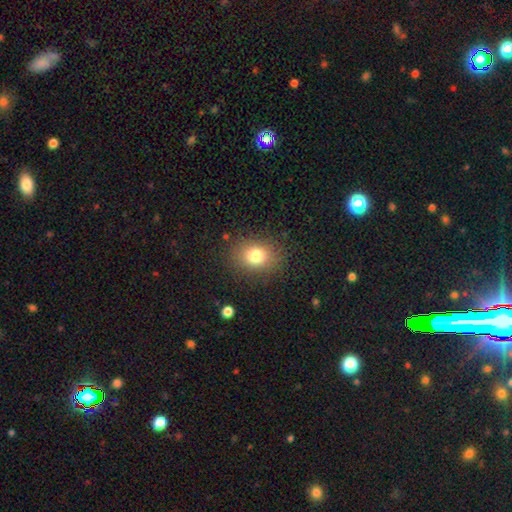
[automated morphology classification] type=smooth (78%); roundness=round (52%); merging=none (85%).